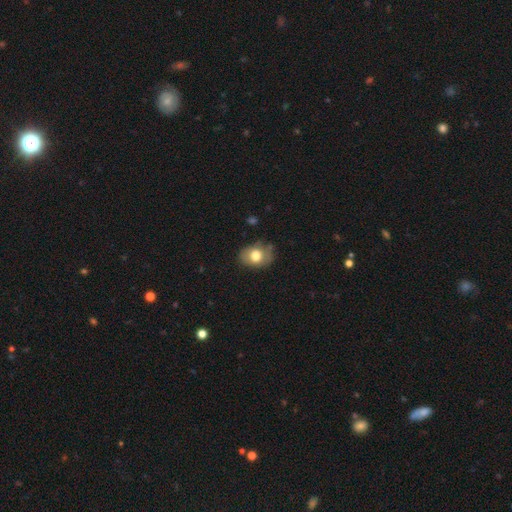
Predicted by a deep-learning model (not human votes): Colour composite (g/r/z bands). It shows a smooth galaxy with no disk features (75%) that is in between round and cigar-shaped (68%). Merging: none (70%).